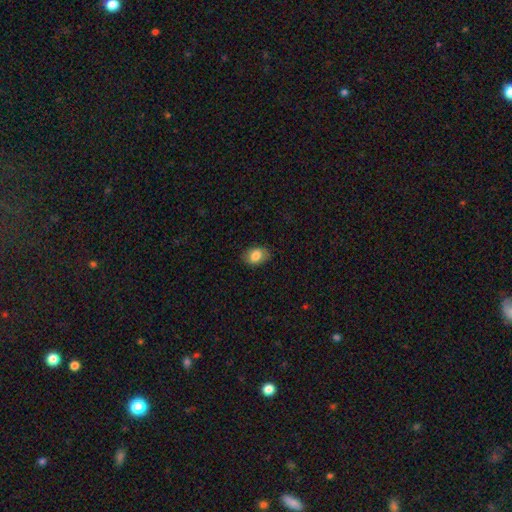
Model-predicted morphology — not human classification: smooth 84%, featured or disk 8%, star or artifact 8%. Down the decision tree: how rounded — in between (75%); merging — none (81%).